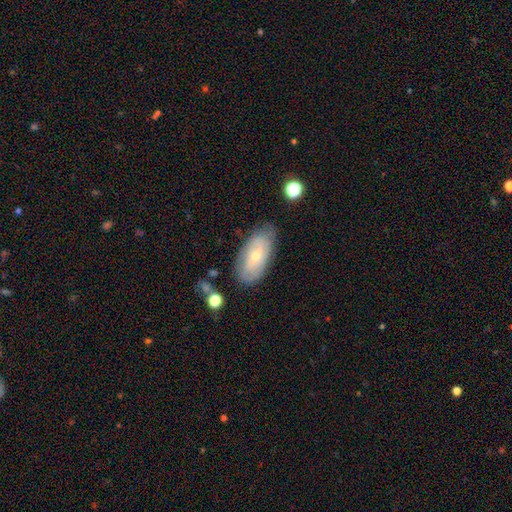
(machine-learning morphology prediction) Overall: featured or disk (52%; smooth 41%). Edge-on disk: no (88%). Merging: none (74%).